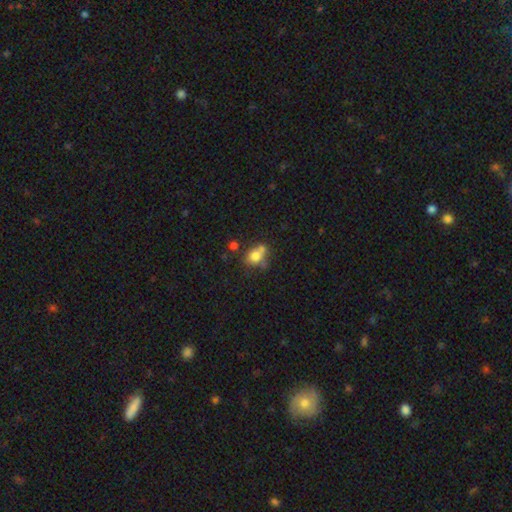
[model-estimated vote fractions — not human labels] A smooth galaxy with no disk features (73%) that is in between round and cigar-shaped (53%). Merging: none (43%).